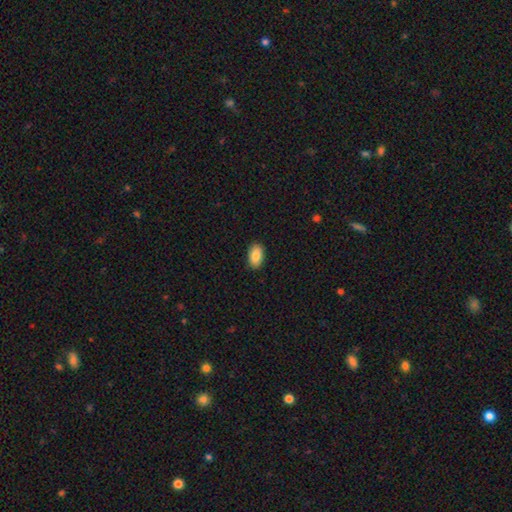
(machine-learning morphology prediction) A smooth galaxy with no disk features (87%) that is in between round and cigar-shaped (93%).

Vote fractions:
- Smooth or featured? smooth: 87% / star or artifact: 7% / featured or disk: 6%
- How rounded? in between: 93% / round: 5% / cigar-shaped: 2%
- Merging? none: 89% / minor disturbance: 8% / major disturbance: 2% / merger: 1%